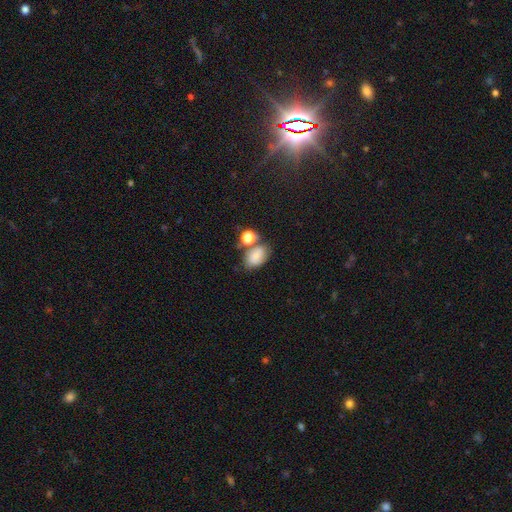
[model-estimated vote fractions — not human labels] Overall: smooth (76%). How rounded: in between (80%). Merging: none (51%; merger 24%).